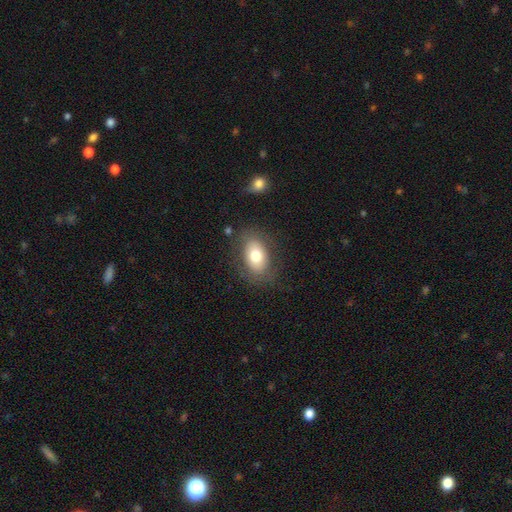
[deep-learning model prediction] smooth-or-featured: smooth: 73% | featured or disk: 19% | star or artifact: 8%
  how-rounded: in between: 85% | round: 14% | cigar-shaped: 1%
  merging: none: 79% | minor disturbance: 14% | major disturbance: 6% | merger: 2%